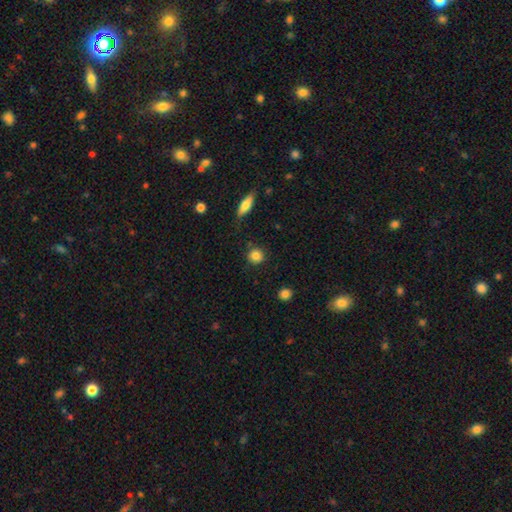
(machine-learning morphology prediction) Smooth or featured: smooth — 85% (star or artifact — 9%)
How rounded: round — 91% (in between — 8%)
Merging: none — 88% (minor disturbance — 8%)